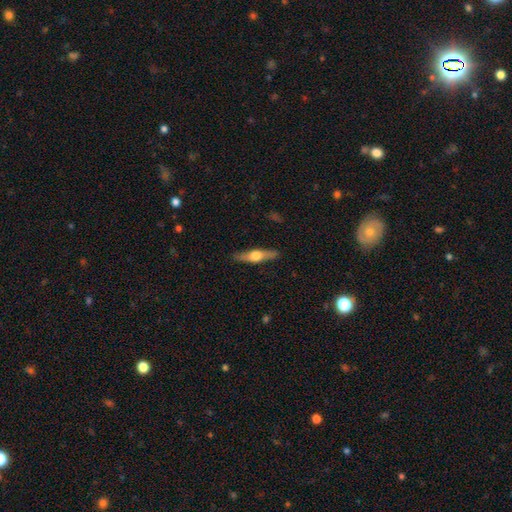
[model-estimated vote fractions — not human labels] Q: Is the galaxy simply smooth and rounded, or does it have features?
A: featured or disk — 54%.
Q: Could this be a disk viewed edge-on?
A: yes — 92%.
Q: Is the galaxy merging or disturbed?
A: none — 88%.